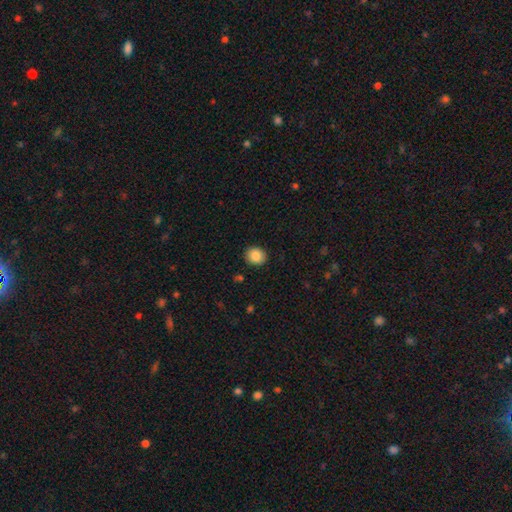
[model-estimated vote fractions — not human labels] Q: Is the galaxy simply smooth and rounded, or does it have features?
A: smooth — 87%.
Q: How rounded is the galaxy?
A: round — 72%.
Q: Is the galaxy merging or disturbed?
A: none — 90%.